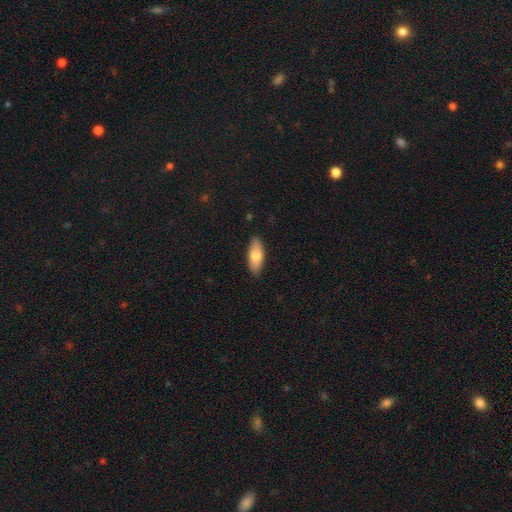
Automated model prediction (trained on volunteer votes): A smooth galaxy with no disk features (73%) that is in between round and cigar-shaped (76%). Merging: none (88%).